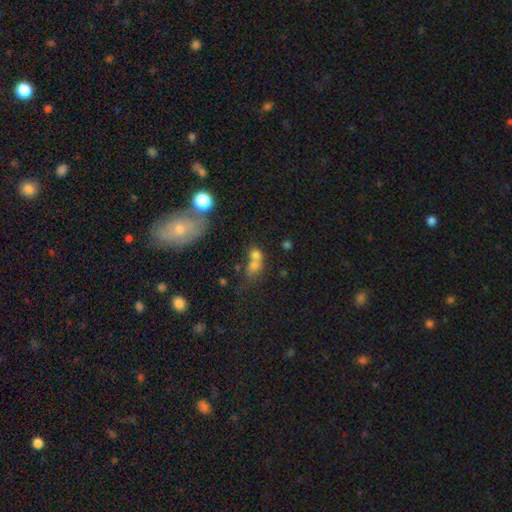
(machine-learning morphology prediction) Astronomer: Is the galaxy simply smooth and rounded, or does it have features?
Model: smooth — 68%.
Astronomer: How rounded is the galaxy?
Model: round — 51% (runner-up: in between, 46%).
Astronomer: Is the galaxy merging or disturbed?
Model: merger — 63%.